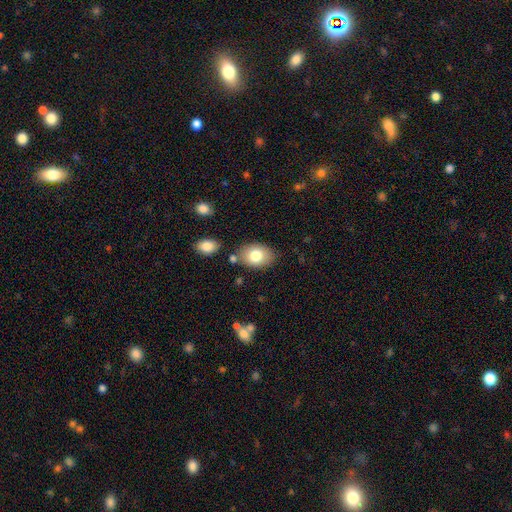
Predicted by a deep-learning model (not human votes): Smooth or featured? smooth (79%)
How rounded? in between (81%)
Merging? none (78%)